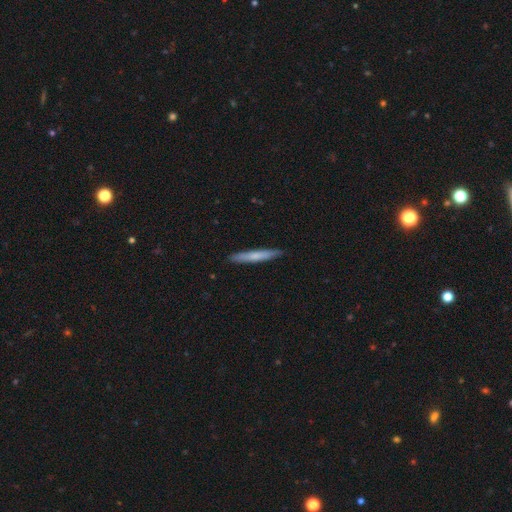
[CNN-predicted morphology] A smooth galaxy with no disk features (67%) that is cigar-shaped (95%).

Vote fractions:
- Smooth or featured? smooth: 67% / featured or disk: 28% / star or artifact: 5%
- How rounded? cigar-shaped: 95% / in between: 4% / round: 1%
- Merging? none: 90% / minor disturbance: 8% / major disturbance: 1% / merger: 1%